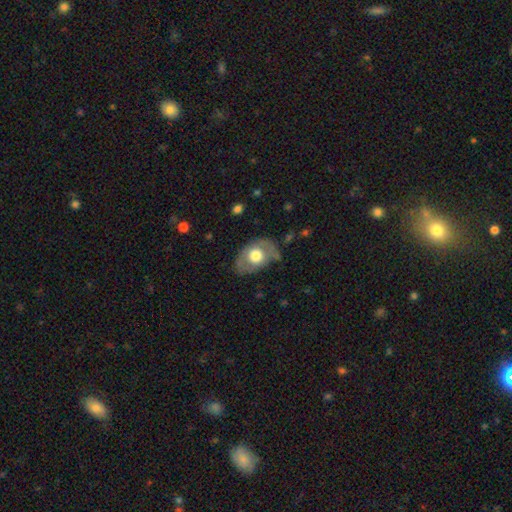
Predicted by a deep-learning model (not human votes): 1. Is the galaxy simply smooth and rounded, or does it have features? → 52% smooth, 42% featured or disk, 6% star or artifact.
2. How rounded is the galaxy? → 76% in between, 23% round, 1% cigar-shaped.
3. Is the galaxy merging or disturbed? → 65% none, 23% minor disturbance, 10% major disturbance, 2% merger.